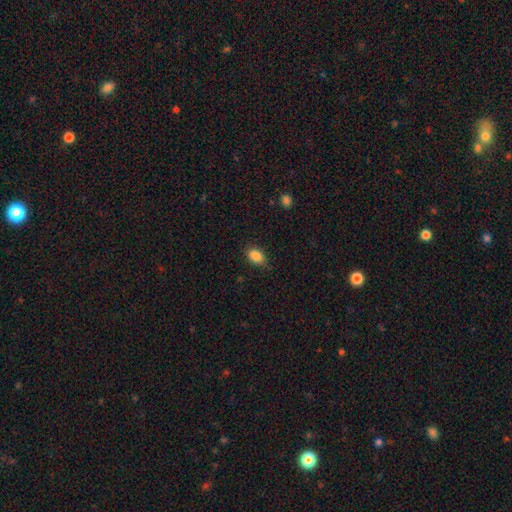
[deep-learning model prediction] This is clearly a smooth galaxy (87%). How rounded: likely in between (80%). Merging: likely none (80%).